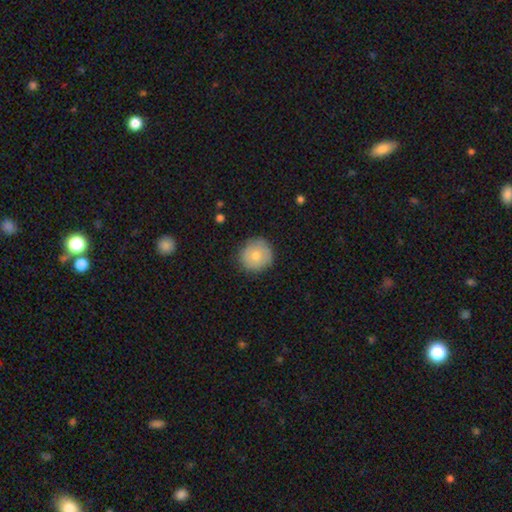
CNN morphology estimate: A smooth galaxy with no disk features (75%) that is round (93%). Merging: none (84%).